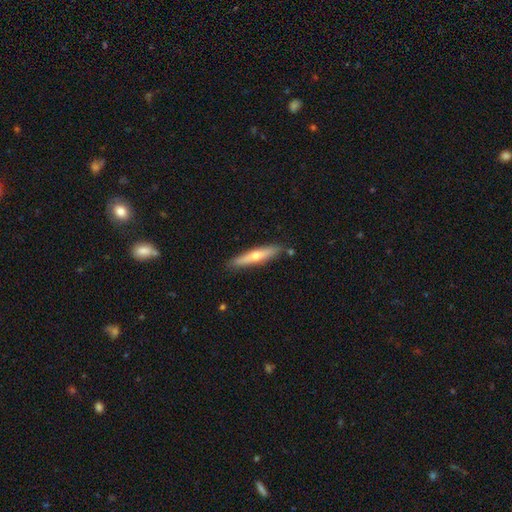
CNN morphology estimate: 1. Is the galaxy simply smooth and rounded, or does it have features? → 50% featured or disk, 44% smooth, 6% star or artifact.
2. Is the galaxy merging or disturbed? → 87% none, 9% minor disturbance, 2% merger, 2% major disturbance.